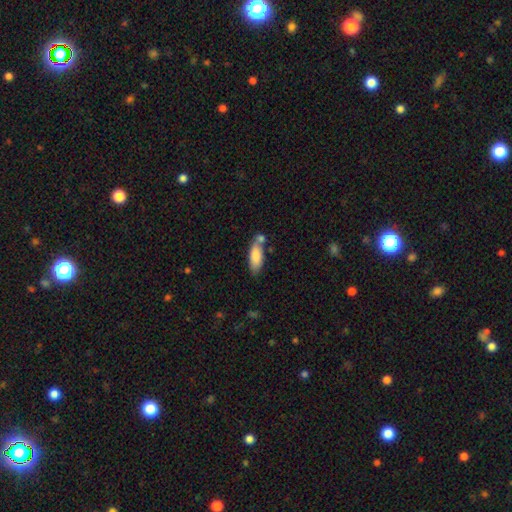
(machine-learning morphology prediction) This is clearly a smooth galaxy (82%). How rounded: likely in between (70%). Merging: possibly none (55%).